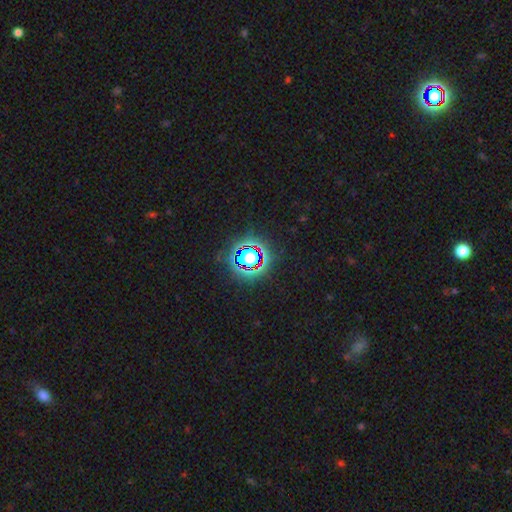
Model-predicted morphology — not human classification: Smooth or featured? star or artifact (77%)